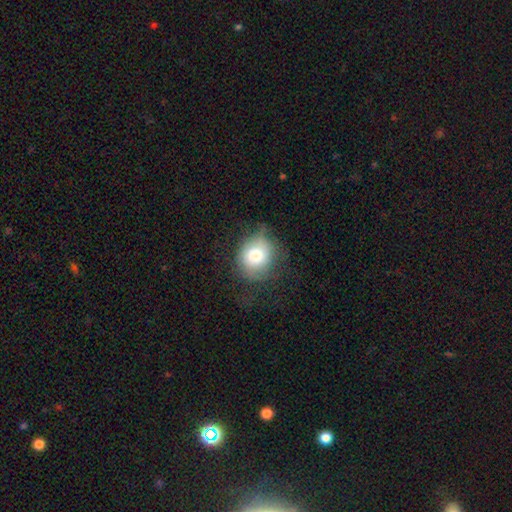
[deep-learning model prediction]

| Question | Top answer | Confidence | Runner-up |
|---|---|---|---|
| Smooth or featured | smooth | 75% | featured or disk (16%) |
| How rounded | round | 76% | in between (23%) |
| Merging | none | 59% | minor disturbance (27%) |